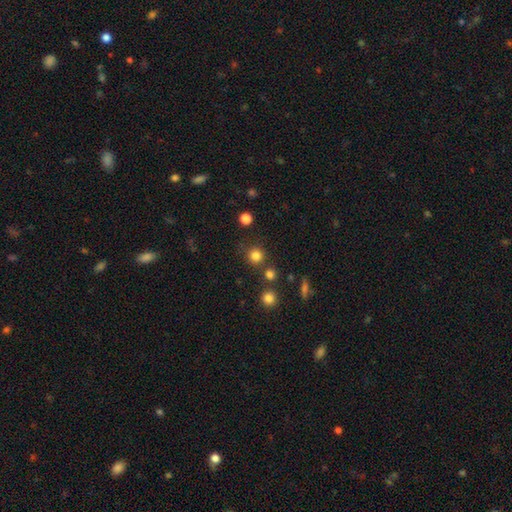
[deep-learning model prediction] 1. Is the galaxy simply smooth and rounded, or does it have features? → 81% smooth, 14% star or artifact, 5% featured or disk.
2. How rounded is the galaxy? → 94% round, 5% in between, 1% cigar-shaped.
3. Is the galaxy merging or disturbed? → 82% none, 7% minor disturbance, 7% merger, 3% major disturbance.